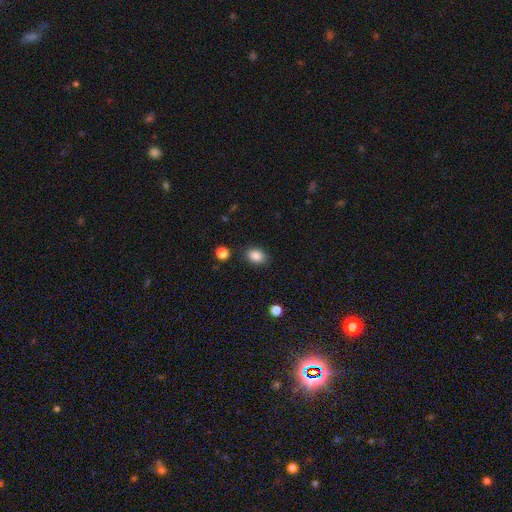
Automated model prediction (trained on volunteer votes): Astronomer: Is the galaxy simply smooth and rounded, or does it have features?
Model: smooth — 86%.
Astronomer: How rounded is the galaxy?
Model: in between — 69%.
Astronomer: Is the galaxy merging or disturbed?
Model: none — 84%.